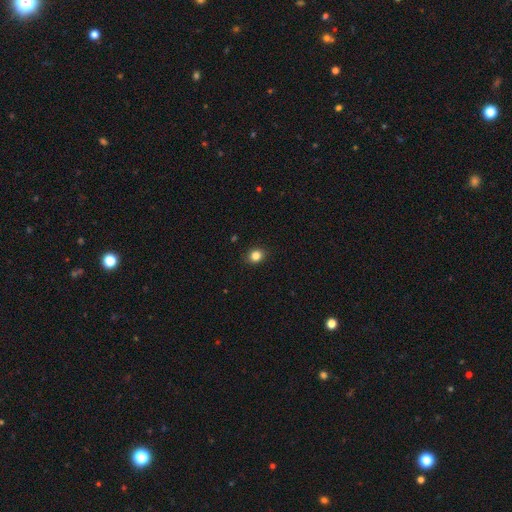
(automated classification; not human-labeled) A smooth galaxy with no disk features (84%) that is round (65%). Merging: none (89%).